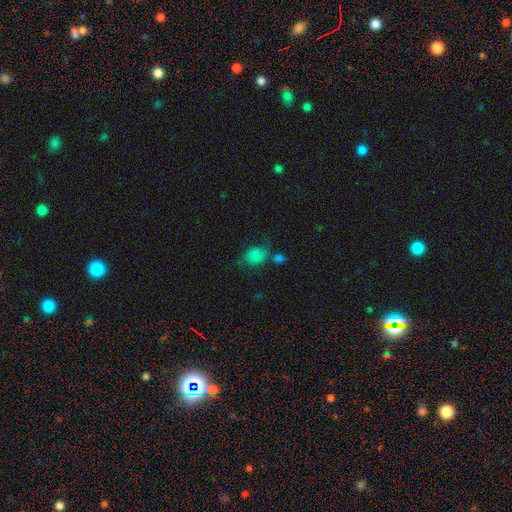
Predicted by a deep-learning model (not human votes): Q: Smooth or featured?
A: smooth (77%); runner-up: featured or disk (12%)
Q: How rounded?
A: round (52%); runner-up: in between (47%)
Q: Merging?
A: none (43%); runner-up: minor disturbance (23%)